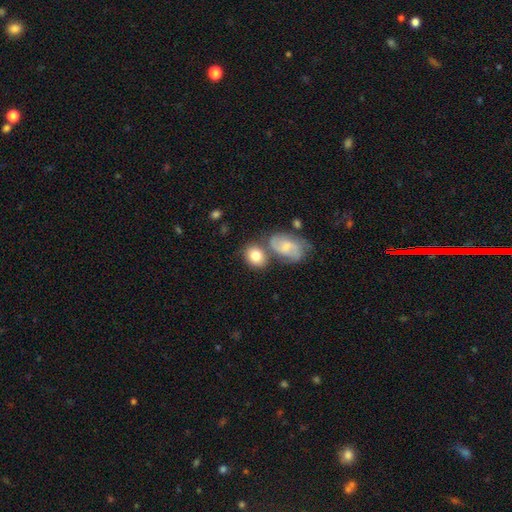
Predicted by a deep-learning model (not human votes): smooth_or_featured: smooth (p=0.74) [alt: featured or disk p=0.18]
how_rounded: round (p=0.51) [alt: in between p=0.47]
merging: none (p=0.55) [alt: merger p=0.25]